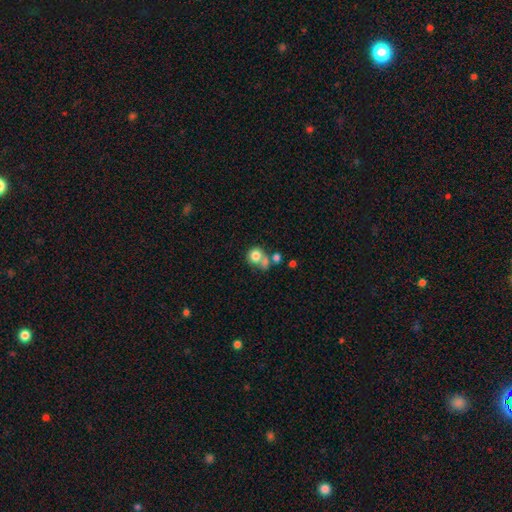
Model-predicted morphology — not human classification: Q: Smooth or featured?
A: smooth (76%); runner-up: featured or disk (14%)
Q: How rounded?
A: round (81%); runner-up: in between (19%)
Q: Merging?
A: merger (41%); runner-up: none (40%)